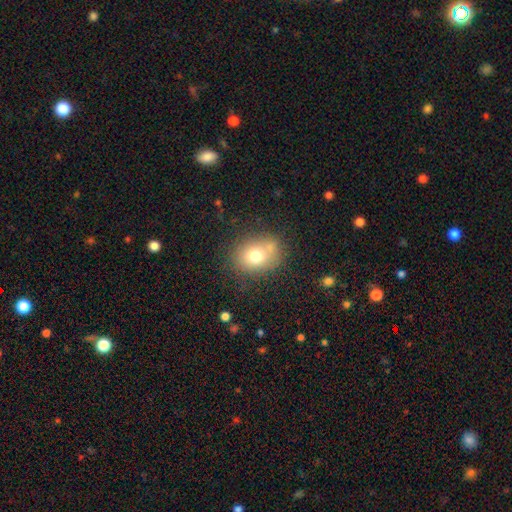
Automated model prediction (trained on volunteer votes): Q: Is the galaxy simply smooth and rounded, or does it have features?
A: smooth — 73%.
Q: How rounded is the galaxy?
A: in between — 50%.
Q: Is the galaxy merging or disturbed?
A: none — 65%.